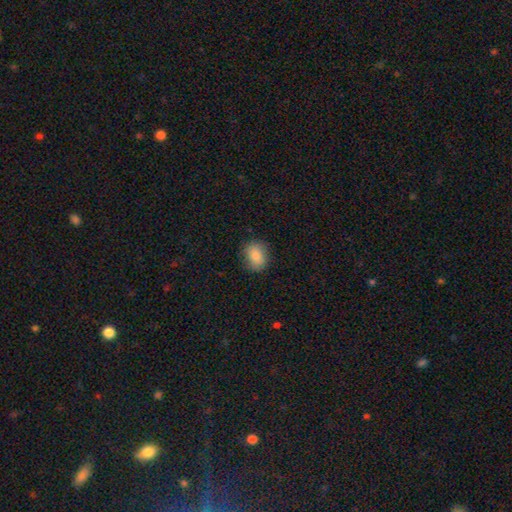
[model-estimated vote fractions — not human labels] Morphology: type=smooth (83%); roundness=in between (50%); merging=none (83%).